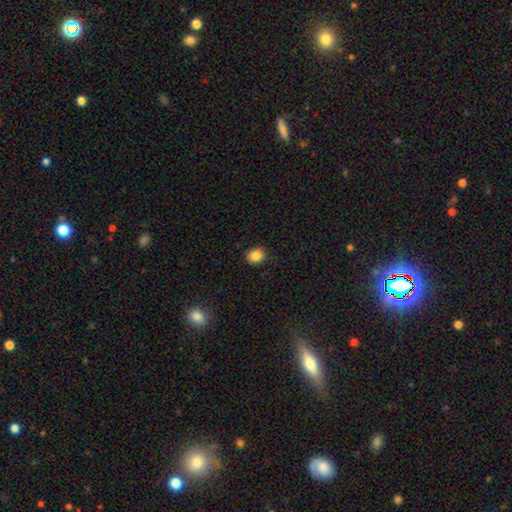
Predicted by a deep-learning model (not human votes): A smooth galaxy with no disk features (85%) that is round (75%).

Vote fractions:
- Smooth or featured? smooth: 85% / star or artifact: 10% / featured or disk: 4%
- How rounded? round: 75% / in between: 24% / cigar-shaped: 1%
- Merging? none: 89% / minor disturbance: 8% / major disturbance: 2% / merger: 1%